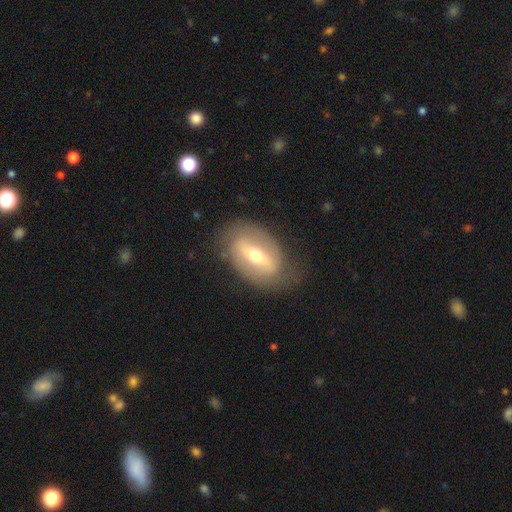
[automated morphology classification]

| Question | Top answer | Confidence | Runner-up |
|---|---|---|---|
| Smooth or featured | featured or disk | 64% | smooth (28%) |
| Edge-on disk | no | 88% | yes (12%) |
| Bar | strong | 49% | weak (35%) |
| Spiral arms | yes | 54% | no (46%) |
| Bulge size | moderate | 67% | small (25%) |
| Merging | none | 76% | minor disturbance (17%) |